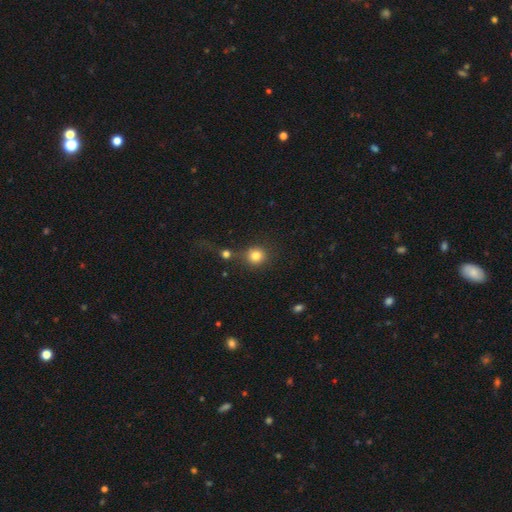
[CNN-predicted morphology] A smooth galaxy with no disk features (81%) that is round (90%). Merging: none (67%).